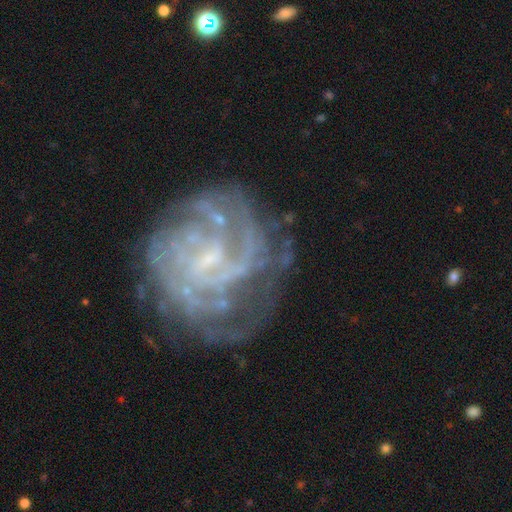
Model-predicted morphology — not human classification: The model was most divided on "bar": weak: 52%, no: 33%, strong: 15%. Remaining: edge-on disk — no (98%); spiral arms — yes (88%); smooth or featured — featured or disk (84%); merging — none (61%); bulge size — small (55%); spiral winding — tight (54%); spiral arm count — can't tell (38%).